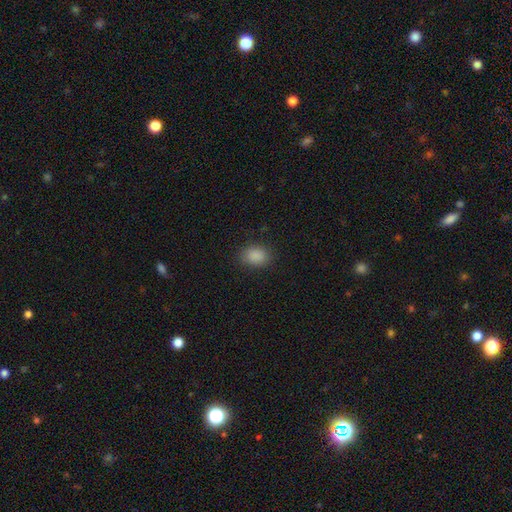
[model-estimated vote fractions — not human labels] Smooth or featured? Predicted: smooth (p=0.88). How rounded? Predicted: in between (p=0.60). Merging? Predicted: none (p=0.85).